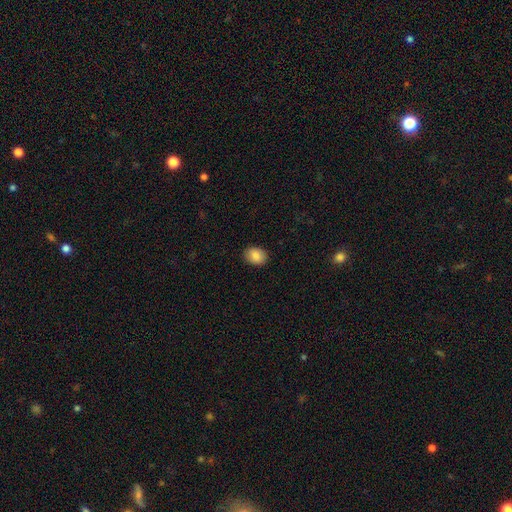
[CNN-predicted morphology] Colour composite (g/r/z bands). It shows a smooth galaxy with no disk features (87%) that is in between round and cigar-shaped (64%). Merging: none (90%).